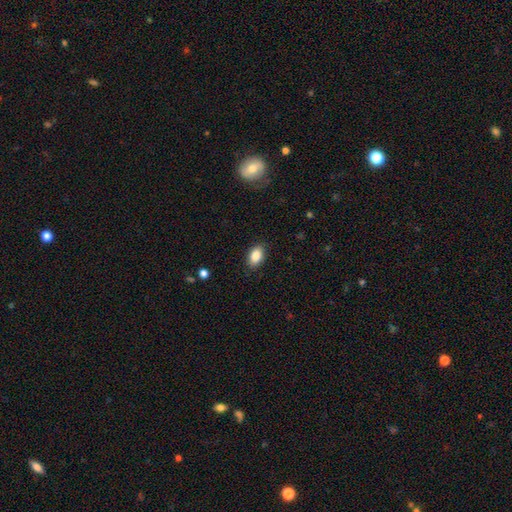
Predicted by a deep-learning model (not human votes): smooth-or-featured: smooth: 87% | star or artifact: 8% | featured or disk: 5%
  how-rounded: in between: 88% | round: 10% | cigar-shaped: 1%
  merging: none: 87% | minor disturbance: 10% | major disturbance: 2% | merger: 1%